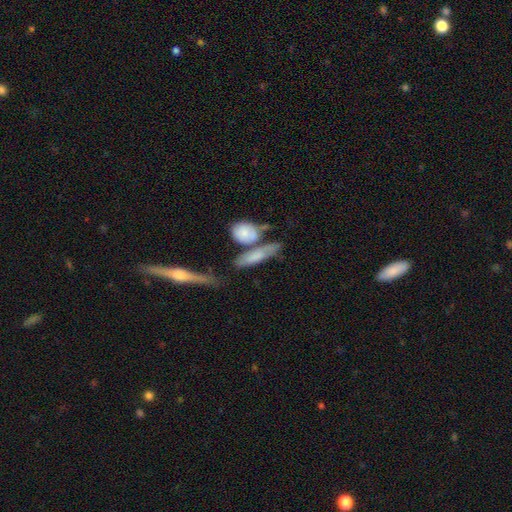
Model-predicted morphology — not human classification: The model was most divided on "merging": none: 46%, merger: 29%, minor disturbance: 17%, major disturbance: 8%. More confident: how rounded — cigar-shaped (67%); smooth or featured — smooth (61%).